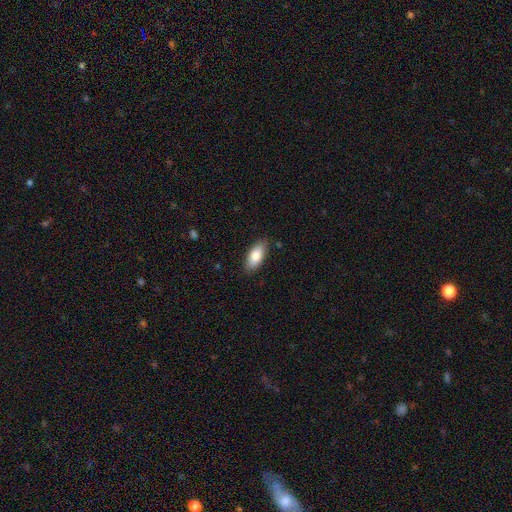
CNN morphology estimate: smooth 82%, featured or disk 12%, star or artifact 6%. Down the decision tree: how rounded — in between (84%); merging — none (86%).